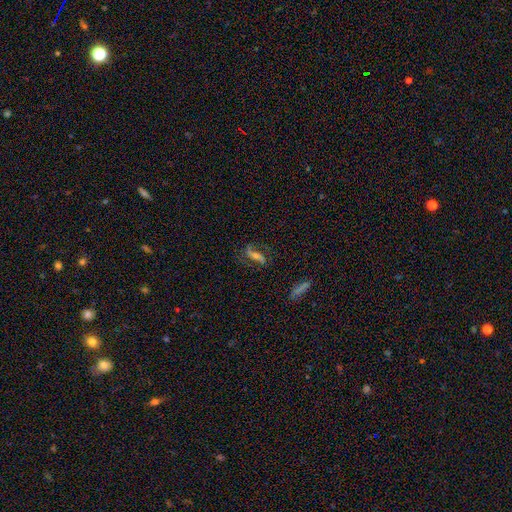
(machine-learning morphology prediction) This appears to be a featured or disk galaxy (64%) with a strong bar (40%), spiral arms (87%) and a small central bulge (42%). Merging: none (70%).